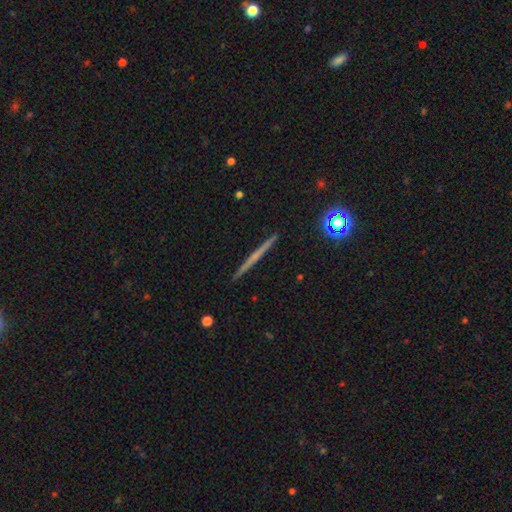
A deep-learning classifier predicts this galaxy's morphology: featured or disk 57%, smooth 34%, star or artifact 9%. Down the decision tree: edge-on disk — yes (98%); edge-on bulge — none (86%); merging — none (93%).